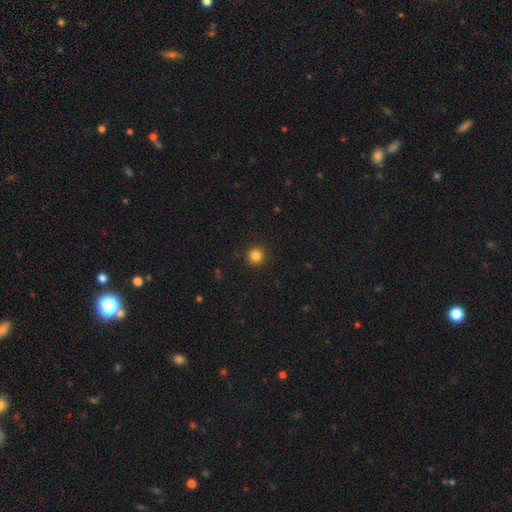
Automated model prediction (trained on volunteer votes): smooth_or_featured: smooth (p=0.84) [alt: star or artifact p=0.12]
how_rounded: round (p=0.95) [alt: in between p=0.04]
merging: none (p=0.92) [alt: minor disturbance p=0.05]